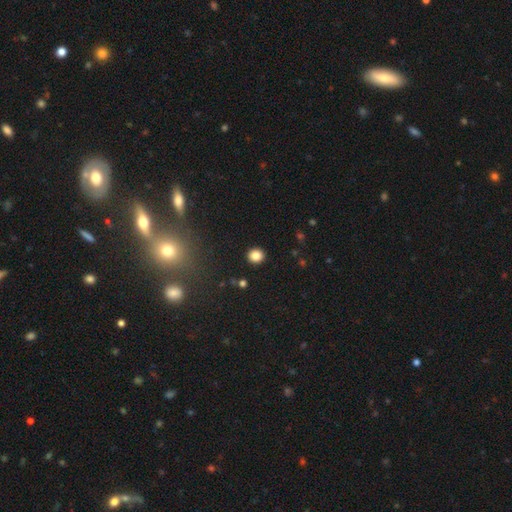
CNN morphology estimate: Smooth or featured: smooth — 85% (star or artifact — 11%)
How rounded: round — 83% (in between — 16%)
Merging: none — 92% (minor disturbance — 5%)